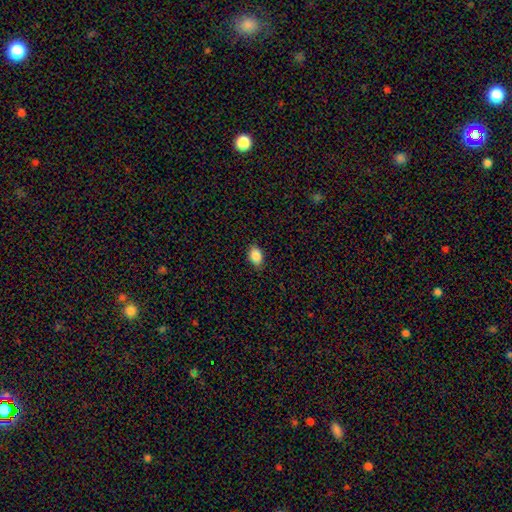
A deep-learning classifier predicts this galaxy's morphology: Smooth or featured? Predicted: smooth (p=0.87). How rounded? Predicted: in between (p=0.81). Merging? Predicted: none (p=0.84).